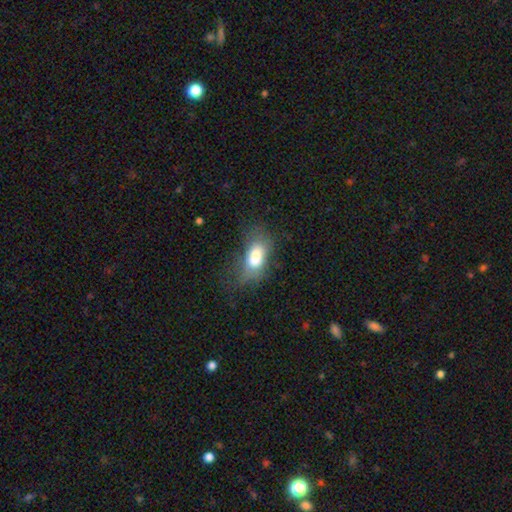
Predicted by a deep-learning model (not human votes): Overall: smooth (69%). How rounded: in between (87%). Merging: none (38%; major disturbance 27%).